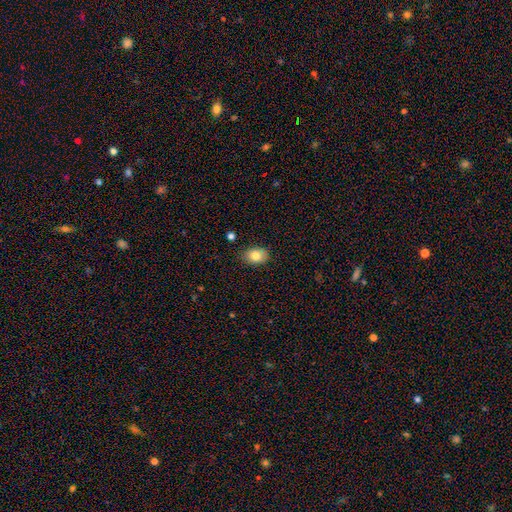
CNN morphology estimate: This appears to be a smooth galaxy with no disk features (83%) that is in between round and cigar-shaped (81%). Merging: none (85%).